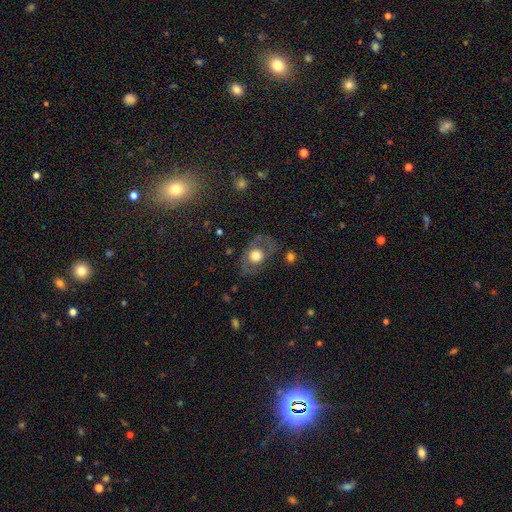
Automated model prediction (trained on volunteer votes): smooth 49%, featured or disk 42%, star or artifact 9%. Down the decision tree: merging — none (70%).